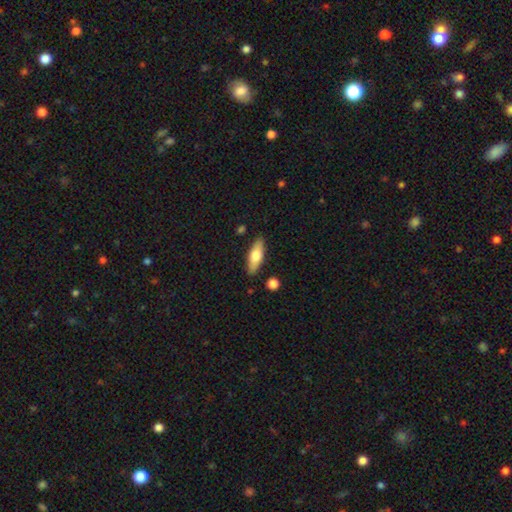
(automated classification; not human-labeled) This is likely a smooth galaxy (60%). How rounded: possibly in between (59%). Merging: clearly none (86%).